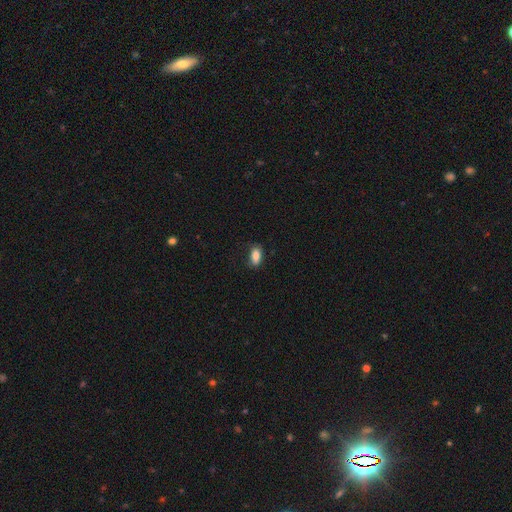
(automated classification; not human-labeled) smooth_or_featured: smooth (p=0.85) [alt: star or artifact p=0.08]
how_rounded: in between (p=0.89) [alt: round p=0.05]
merging: none (p=0.76) [alt: minor disturbance p=0.19]